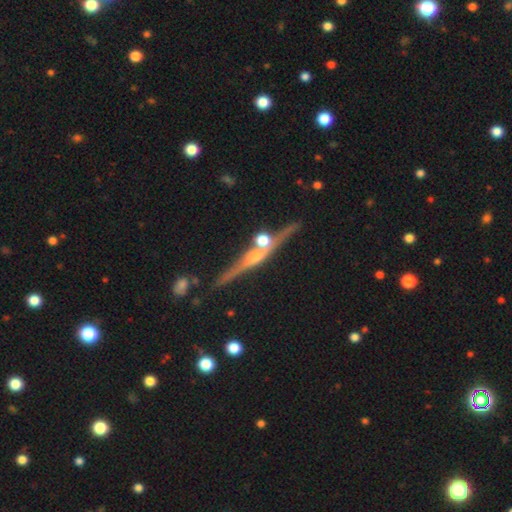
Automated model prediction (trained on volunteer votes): Smooth or featured? Predicted: featured or disk (p=0.79). Edge-on disk? Predicted: yes (p=0.97). Edge-on bulge? Predicted: rounded (p=0.86). Merging? Predicted: none (p=0.77).